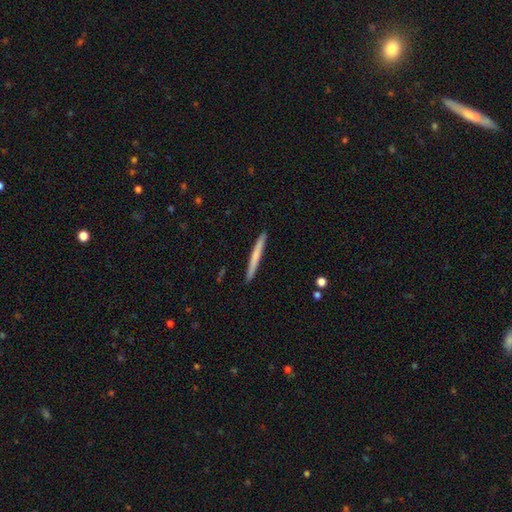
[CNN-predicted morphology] The model was most divided on "smooth or featured": smooth: 61%, featured or disk: 34%, star or artifact: 5%. More confident: how rounded — cigar-shaped (97%); merging — none (92%).